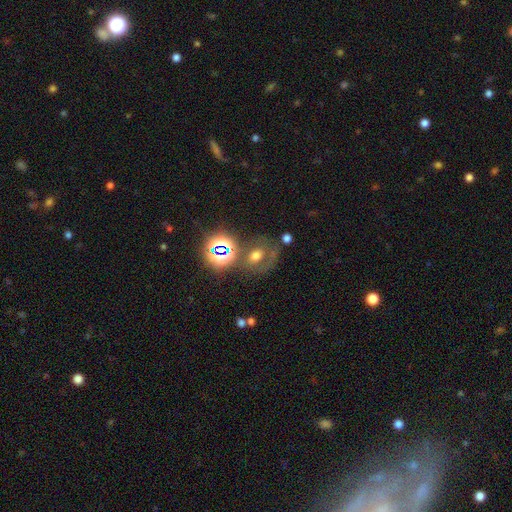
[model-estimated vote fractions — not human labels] Smooth or featured? Predicted: smooth (p=0.47). Merging? Predicted: none (p=0.56).